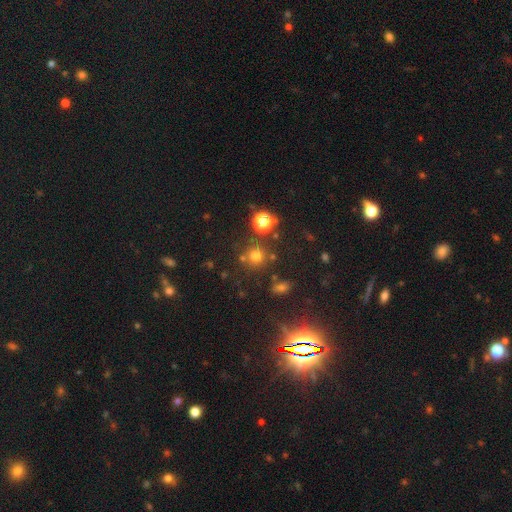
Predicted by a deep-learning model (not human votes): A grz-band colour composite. It shows a smooth galaxy with no disk features (67%) that is round (92%). Merging: none (78%).